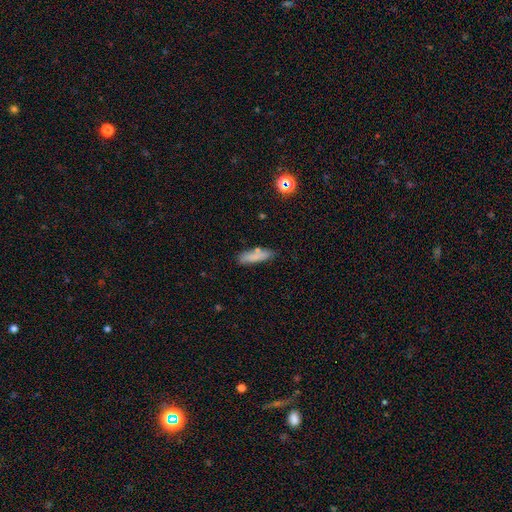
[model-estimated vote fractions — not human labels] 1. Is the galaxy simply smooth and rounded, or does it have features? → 80% smooth, 12% featured or disk, 9% star or artifact.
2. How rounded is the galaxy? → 60% cigar-shaped, 38% in between, 2% round.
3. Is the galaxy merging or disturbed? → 75% none, 16% minor disturbance, 5% merger, 3% major disturbance.